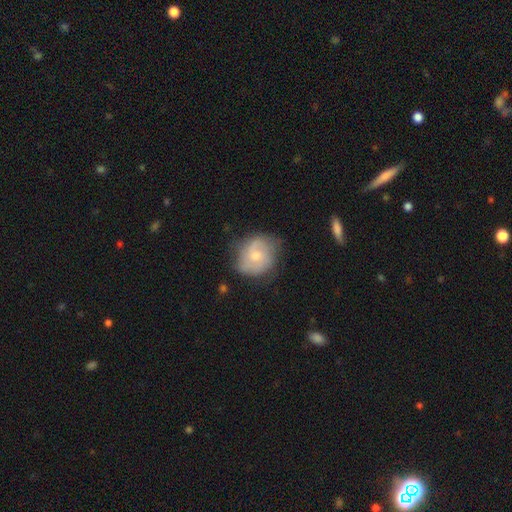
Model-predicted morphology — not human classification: Overall: featured or disk (57%; smooth 36%). Edge-on disk: no (97%). Bar: no (66%; weak 30%). Spiral arms: yes (82%). Bulge size: moderate (53%; small 40%). Merging: none (63%; minor disturbance 26%).